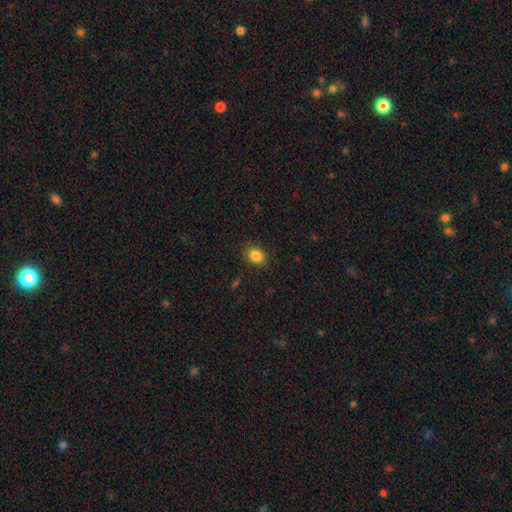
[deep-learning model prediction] Q: Smooth or featured?
A: smooth (85%); runner-up: star or artifact (10%)
Q: How rounded?
A: in between (56%); runner-up: round (43%)
Q: Merging?
A: none (86%); runner-up: minor disturbance (10%)